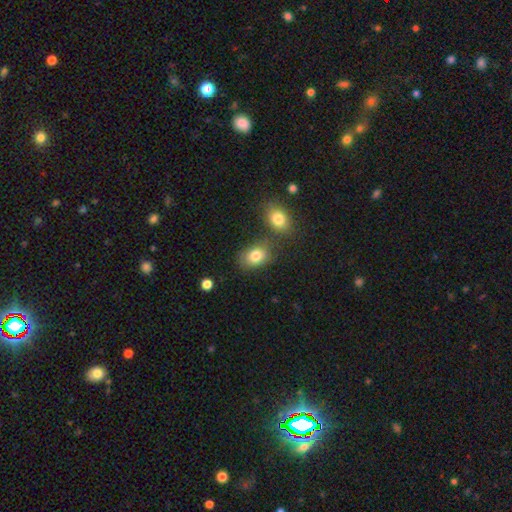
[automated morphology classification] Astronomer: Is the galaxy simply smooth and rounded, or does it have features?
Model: smooth — 82%.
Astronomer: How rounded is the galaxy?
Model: in between — 72%.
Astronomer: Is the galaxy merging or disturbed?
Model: none — 65%.